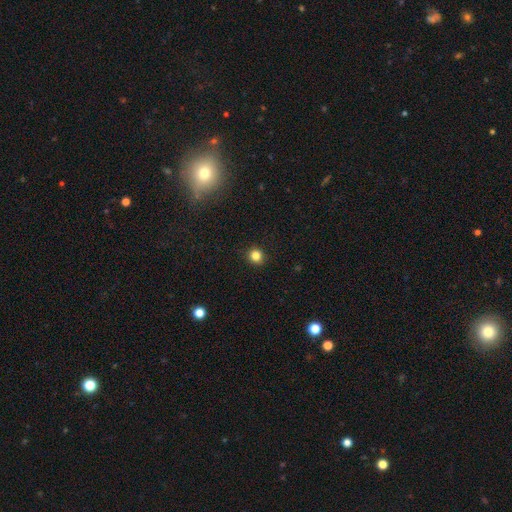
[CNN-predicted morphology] smooth 83%, star or artifact 12%, featured or disk 5%. Down the decision tree: how rounded — round (88%); merging — none (92%).